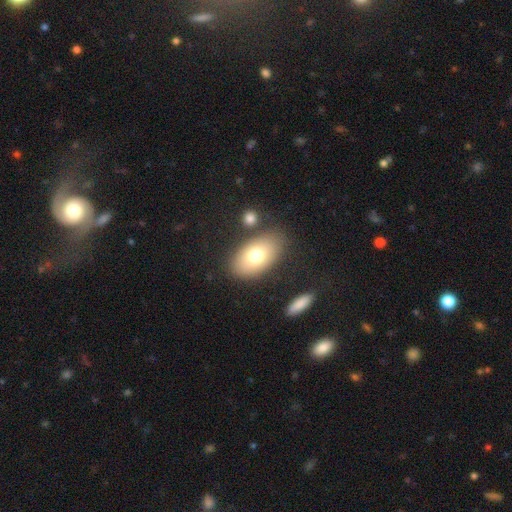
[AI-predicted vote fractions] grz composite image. It shows a smooth galaxy with no disk features (74%) that is in between round and cigar-shaped (90%). Merging: none (78%).